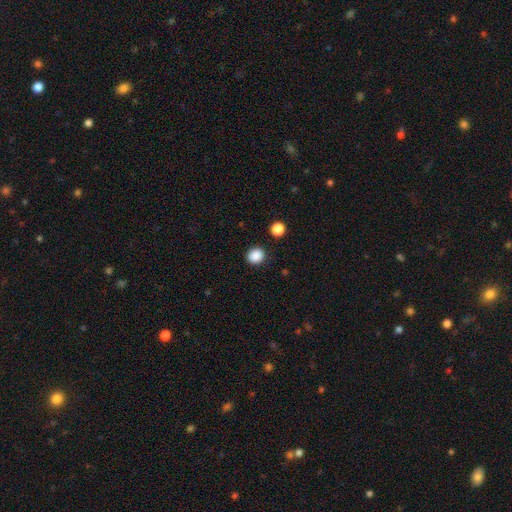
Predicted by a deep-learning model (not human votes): Smooth or featured: smooth — 88% (star or artifact — 10%)
How rounded: round — 79% (in between — 20%)
Merging: none — 89% (minor disturbance — 7%)